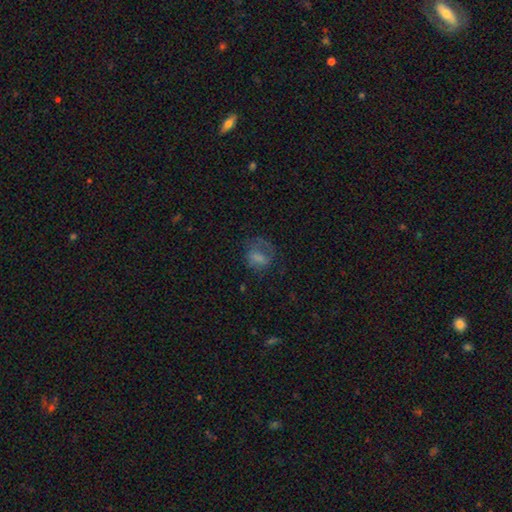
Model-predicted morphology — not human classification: smooth 54%, featured or disk 28%, star or artifact 18%. Down the decision tree: how rounded — in between (54%); merging — none (45%).